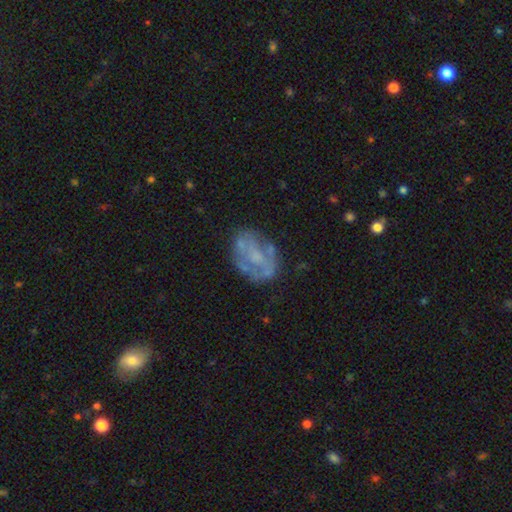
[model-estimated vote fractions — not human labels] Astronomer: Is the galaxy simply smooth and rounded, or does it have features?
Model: featured or disk — 61%.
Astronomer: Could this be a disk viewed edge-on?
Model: no — 96%.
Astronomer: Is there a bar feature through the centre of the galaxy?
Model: no — 70%.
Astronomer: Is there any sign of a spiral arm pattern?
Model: no — 67%.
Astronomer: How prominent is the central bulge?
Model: small — 37% (runner-up: none, 34%).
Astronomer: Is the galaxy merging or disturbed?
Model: none — 63%.